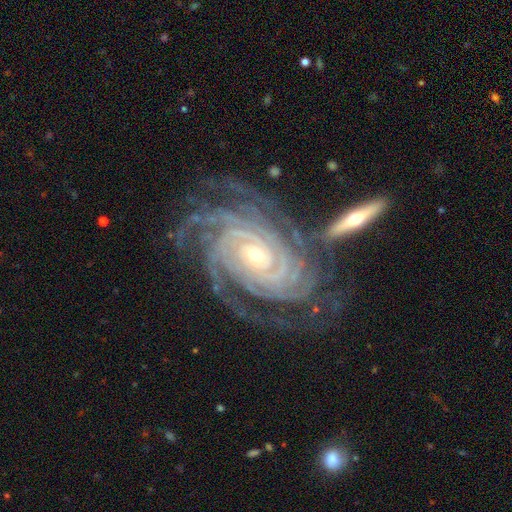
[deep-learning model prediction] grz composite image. It shows a featured or disk galaxy (94%) with no bar (54%), 4 (36%) tight (84%) spiral arms (99%) and a small central bulge (64%). Merging: none (68%).